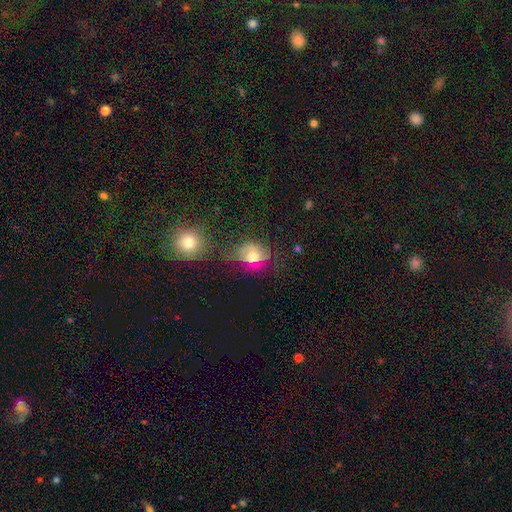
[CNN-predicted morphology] smooth 55%, featured or disk 28%, star or artifact 18%. Down the decision tree: how rounded — round (65%); merging — none (57%).